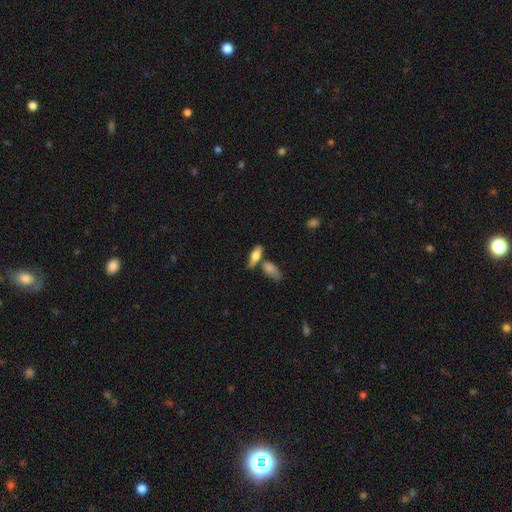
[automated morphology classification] A smooth galaxy with no disk features (61%) that is in between round and cigar-shaped (65%).

Vote fractions:
- Smooth or featured? smooth: 61% / featured or disk: 32% / star or artifact: 7%
- How rounded? in between: 65% / cigar-shaped: 30% / round: 4%
- Merging? none: 54% / merger: 25% / minor disturbance: 15% / major disturbance: 6%